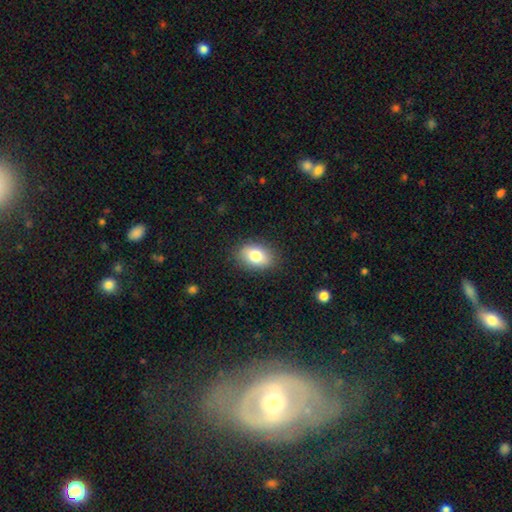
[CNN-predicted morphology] type=smooth (81%); roundness=in between (83%); merging=none (85%).